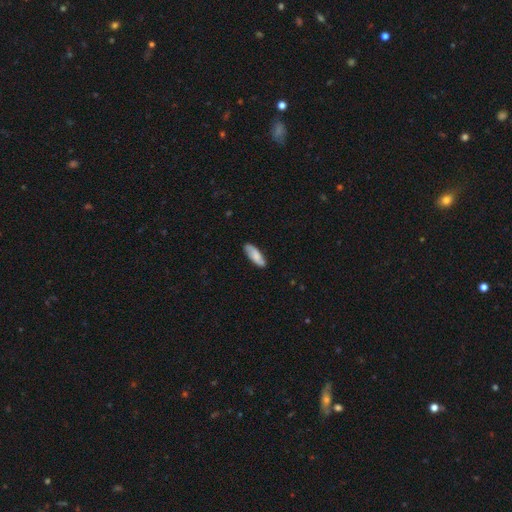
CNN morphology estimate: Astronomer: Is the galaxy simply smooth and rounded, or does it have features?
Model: smooth — 65%.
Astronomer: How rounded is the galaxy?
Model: in between — 66%.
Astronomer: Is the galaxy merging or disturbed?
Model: none — 82%.